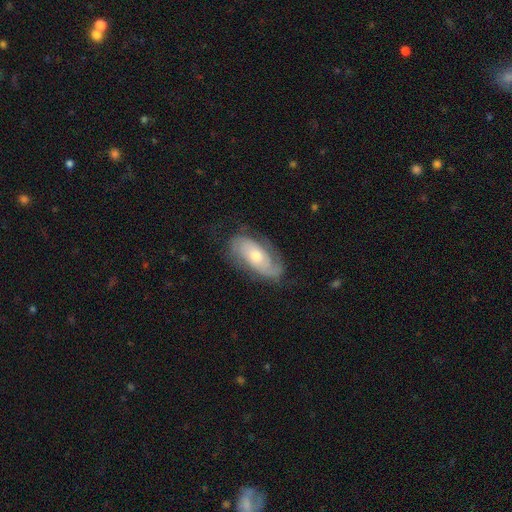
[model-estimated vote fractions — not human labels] This appears to be a featured or disk galaxy (72%) with no bar (73%), 2 (59%) tight (50%) spiral arms (88%) and a moderate central bulge (58%). Merging: none (70%).